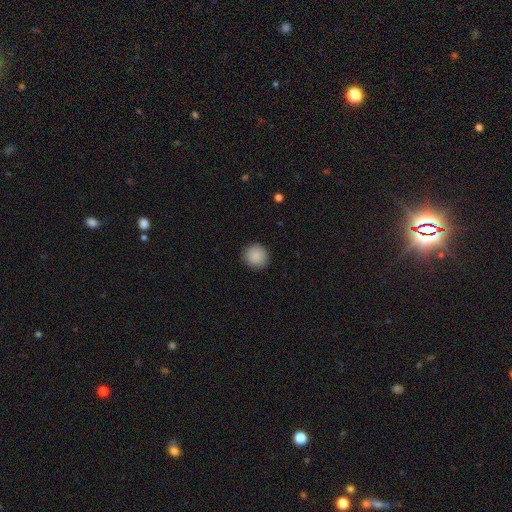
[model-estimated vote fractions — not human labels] Smooth or featured? smooth (89%)
How rounded? round (93%)
Merging? none (91%)